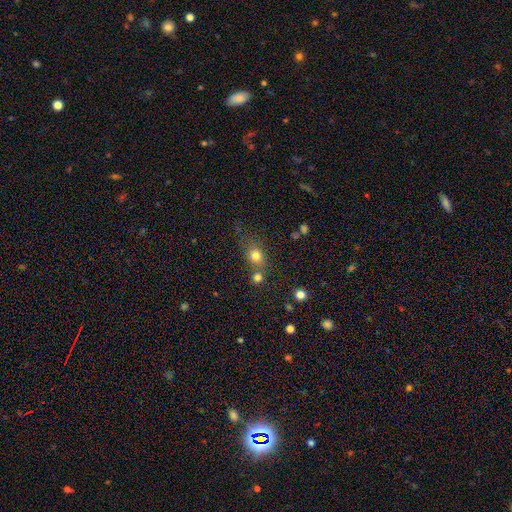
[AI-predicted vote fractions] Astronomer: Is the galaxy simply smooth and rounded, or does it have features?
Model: smooth — 76%.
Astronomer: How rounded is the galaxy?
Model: round — 66%.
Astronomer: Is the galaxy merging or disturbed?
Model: none — 51% (runner-up: merger, 30%).